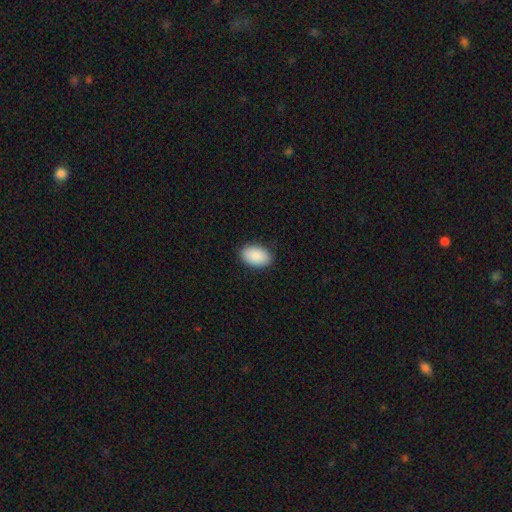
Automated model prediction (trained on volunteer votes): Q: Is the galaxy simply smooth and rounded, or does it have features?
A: smooth — 91%.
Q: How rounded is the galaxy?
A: in between — 92%.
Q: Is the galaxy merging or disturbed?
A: none — 87%.